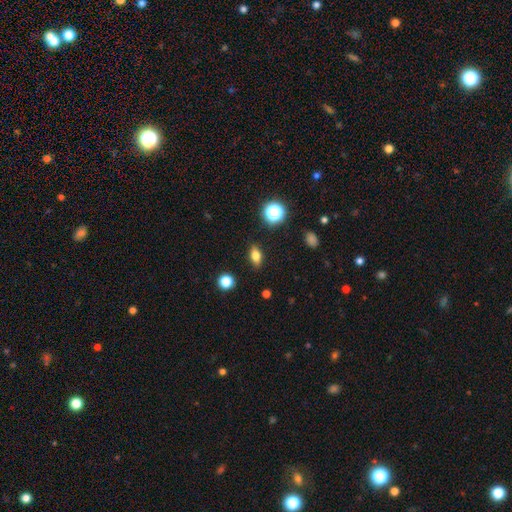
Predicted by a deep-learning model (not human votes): Smooth or featured? smooth (73%)
How rounded? in between (74%)
Merging? none (87%)